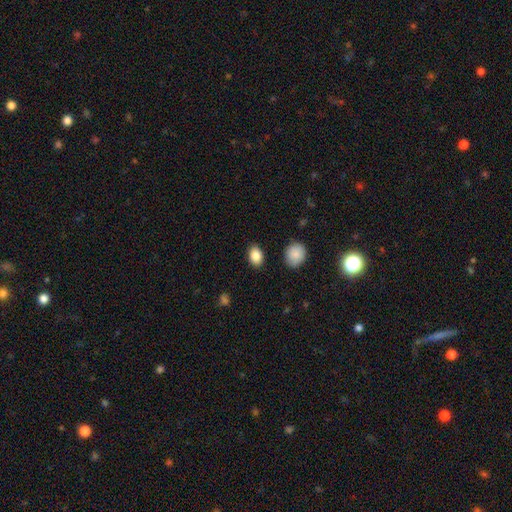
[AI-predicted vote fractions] Overall: smooth (87%). How rounded: in between (79%). Merging: none (87%).